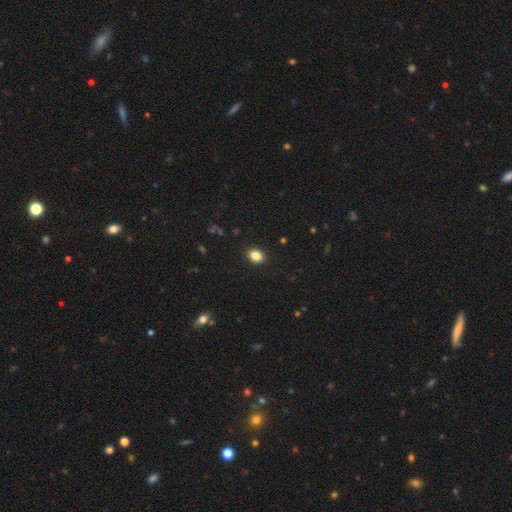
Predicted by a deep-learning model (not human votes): A smooth galaxy with no disk features (85%) that is in between round and cigar-shaped (68%). Merging: none (90%).